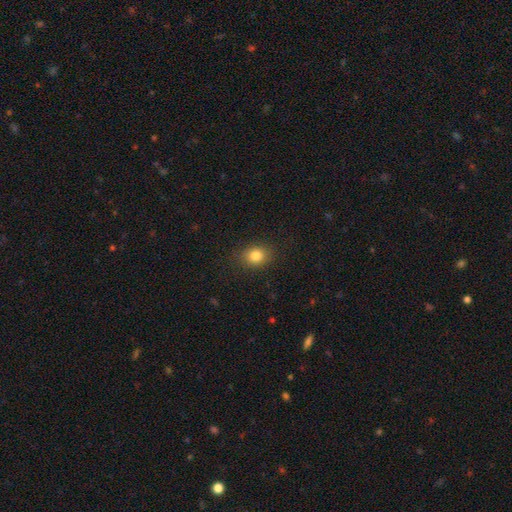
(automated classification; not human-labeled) smooth_or_featured: smooth (p=0.83) [alt: star or artifact p=0.11]
how_rounded: round (p=0.53) [alt: in between p=0.46]
merging: none (p=0.87) [alt: minor disturbance p=0.09]